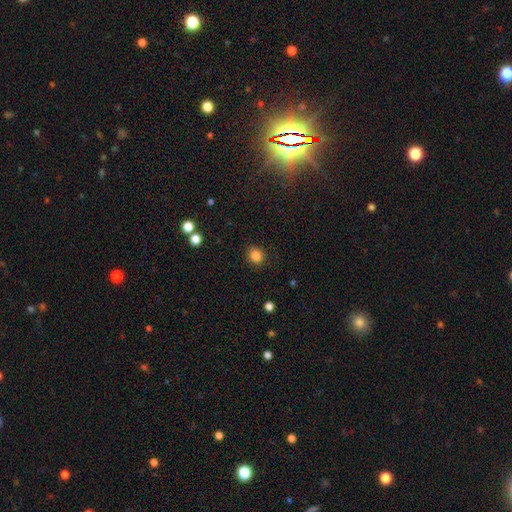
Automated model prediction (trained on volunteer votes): Smooth or featured?
  - smooth: 84% *
  - star or artifact: 12%
  - featured or disk: 4%
How rounded?
  - round: 82% *
  - in between: 17%
  - cigar-shaped: 1%
Merging?
  - none: 88% *
  - minor disturbance: 8%
  - major disturbance: 2%
  - merger: 1%